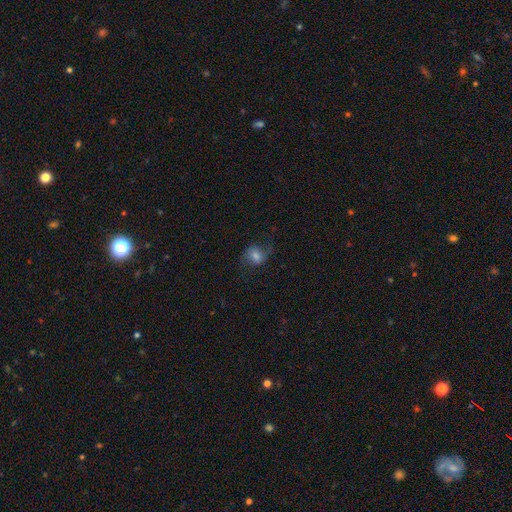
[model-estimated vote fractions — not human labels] Morphology: type=smooth (53%); roundness=round (53%); merging=none (65%).